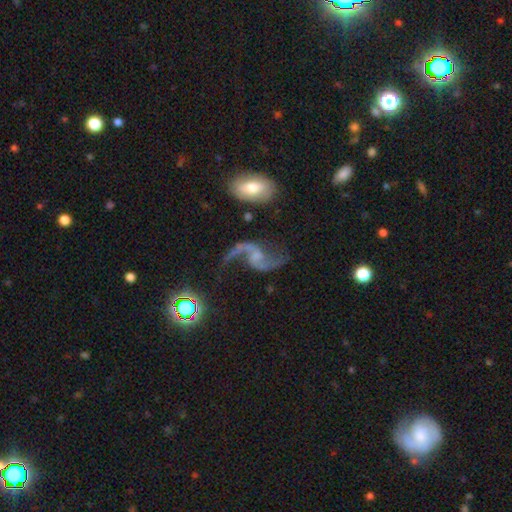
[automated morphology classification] smooth_or_featured: featured or disk (p=0.88) [alt: star or artifact p=0.08]
disk_edge_on: no (p=0.97) [alt: yes p=0.03]
bar: no (p=0.49) [alt: weak p=0.39]
has_spiral_arms: yes (p=0.96) [alt: no p=0.04]
spiral_winding: loose (p=0.82) [alt: medium p=0.15]
spiral_arm_count: 2 (p=0.92) [alt: 1 p=0.03]
bulge_size: small (p=0.54) [alt: none p=0.24]
merging: none (p=0.64) [alt: minor disturbance p=0.17]